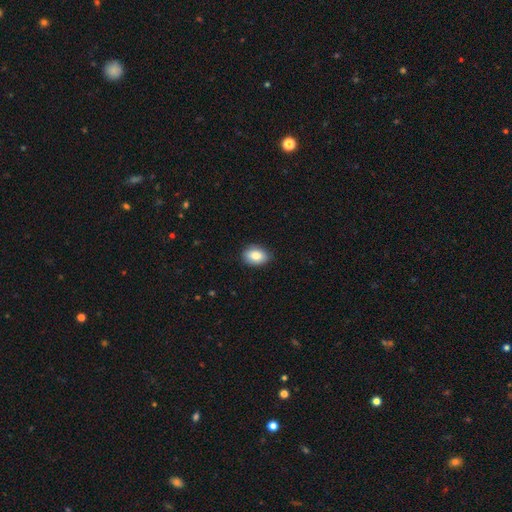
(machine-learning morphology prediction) The model was most divided on "how rounded": in between: 80%, round: 19%, cigar-shaped: 1%. More confident: merging — none (85%); smooth or featured — smooth (84%).